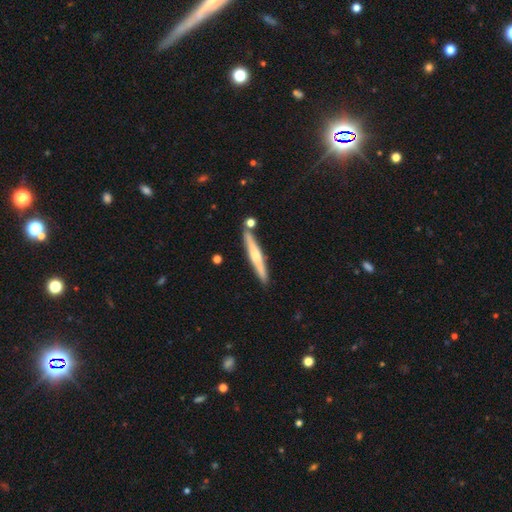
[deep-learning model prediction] smooth_or_featured: featured or disk (p=0.54) [alt: smooth p=0.40]
disk_edge_on: yes (p=0.97) [alt: no p=0.03]
edge_on_bulge: rounded (p=0.73) [alt: none p=0.18]
merging: none (p=0.84) [alt: minor disturbance p=0.09]